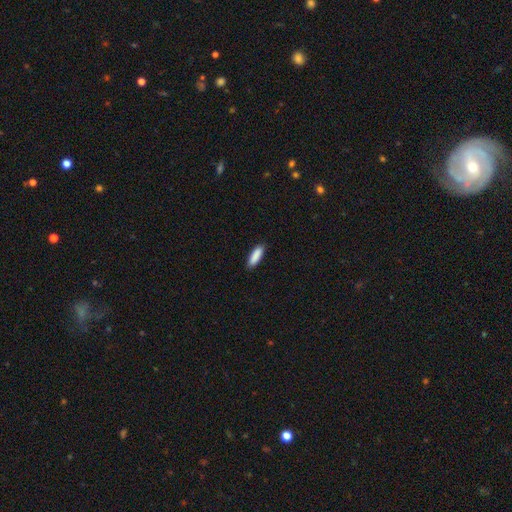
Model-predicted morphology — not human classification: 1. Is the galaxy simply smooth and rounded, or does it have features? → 89% smooth, 6% star or artifact, 5% featured or disk.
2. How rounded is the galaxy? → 51% cigar-shaped, 47% in between, 1% round.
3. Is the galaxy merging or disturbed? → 88% none, 9% minor disturbance, 2% major disturbance, 1% merger.